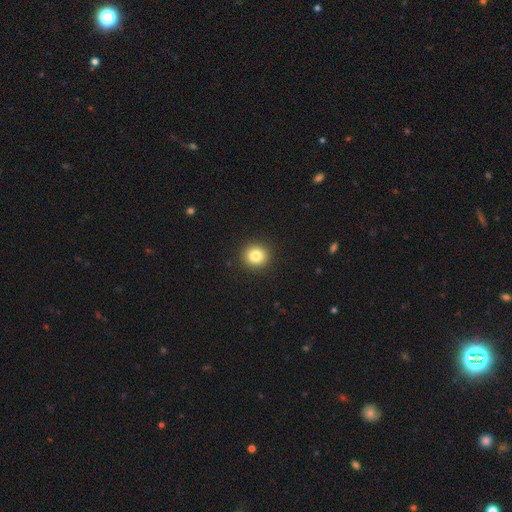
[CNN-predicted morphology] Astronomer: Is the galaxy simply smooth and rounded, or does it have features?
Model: smooth — 83%.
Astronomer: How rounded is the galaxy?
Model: round — 90%.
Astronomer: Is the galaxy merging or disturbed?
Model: none — 92%.